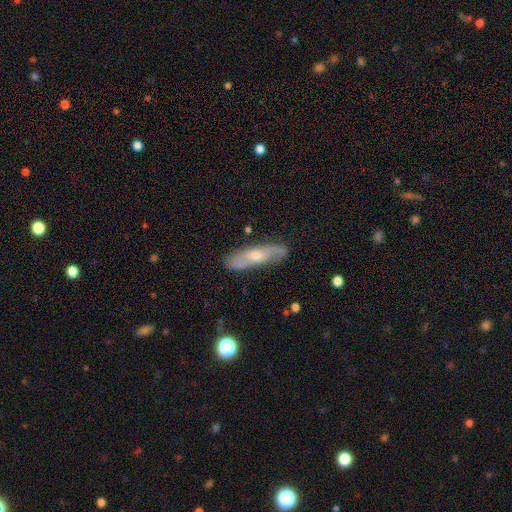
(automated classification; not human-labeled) Overall: featured or disk (57%; smooth 36%). Edge-on disk: no (57%; yes 43%). Merging: none (81%).